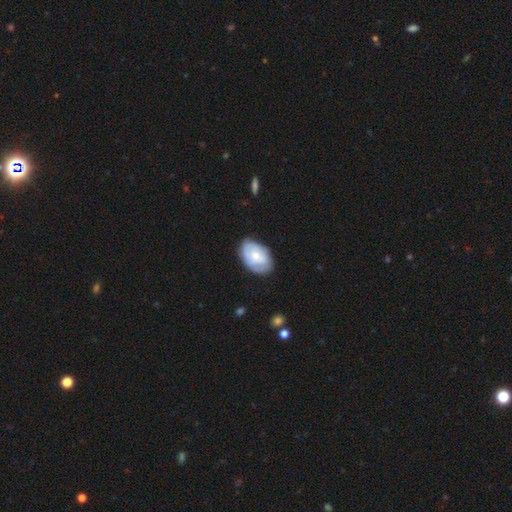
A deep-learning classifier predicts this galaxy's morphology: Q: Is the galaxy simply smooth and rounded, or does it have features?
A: smooth — 48%.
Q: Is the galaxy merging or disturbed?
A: none — 70%.